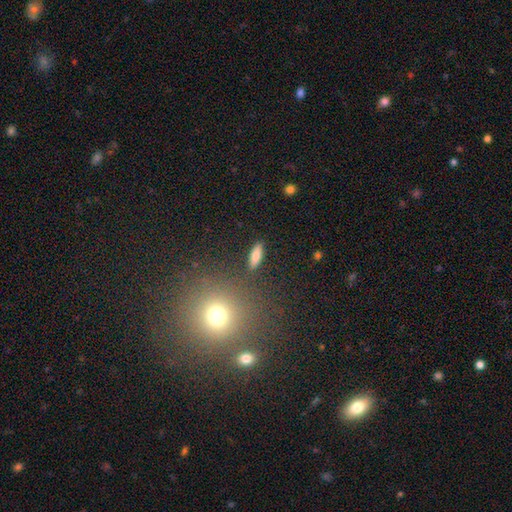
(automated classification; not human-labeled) Smooth or featured? smooth (79%)
How rounded? in between (58%)
Merging? none (88%)